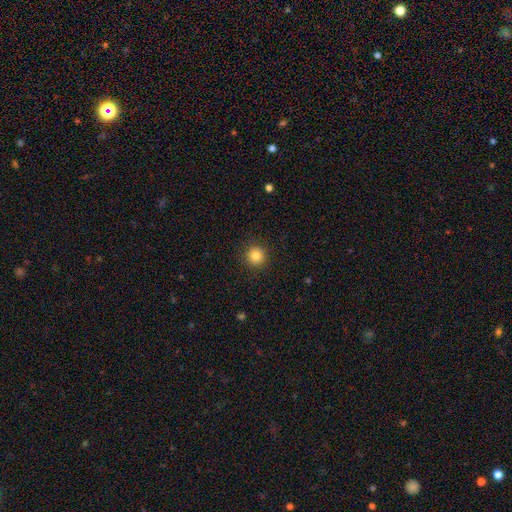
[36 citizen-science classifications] Smooth or featured? smooth (94%)
How rounded? round (94%)
Merging? none (91%)